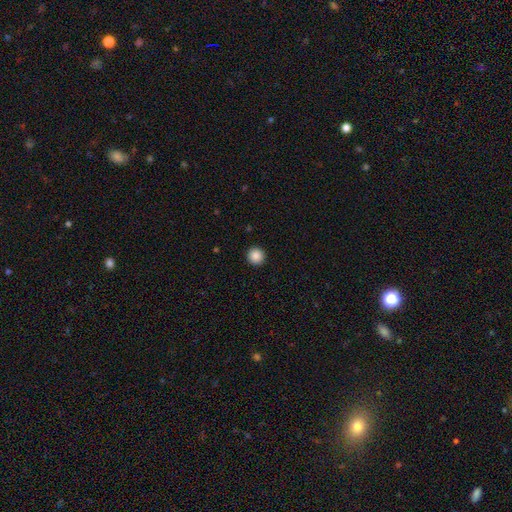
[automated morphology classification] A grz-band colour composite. It shows a smooth galaxy with no disk features (88%) that is round (96%). Merging: none (93%).